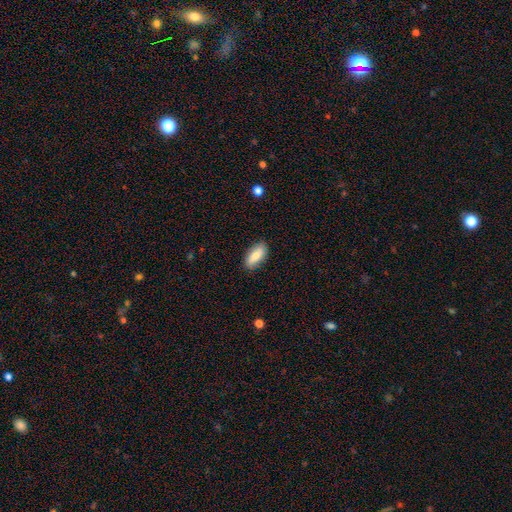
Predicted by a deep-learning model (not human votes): Morphology: type=smooth (80%); roundness=in between (85%); merging=none (85%).